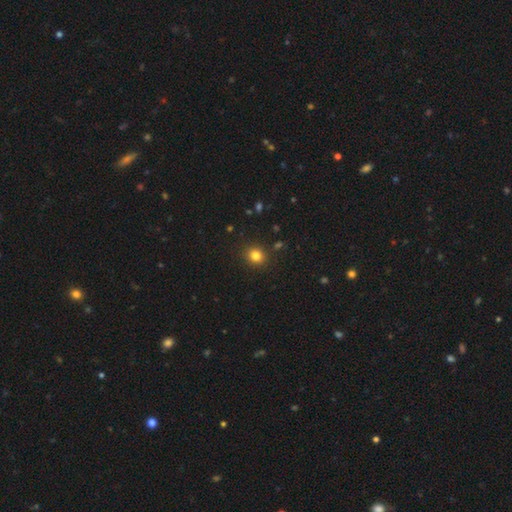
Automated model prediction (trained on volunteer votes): smooth_or_featured: smooth (p=0.81) [alt: star or artifact p=0.13]
how_rounded: round (p=0.82) [alt: in between p=0.17]
merging: none (p=0.89) [alt: minor disturbance p=0.07]